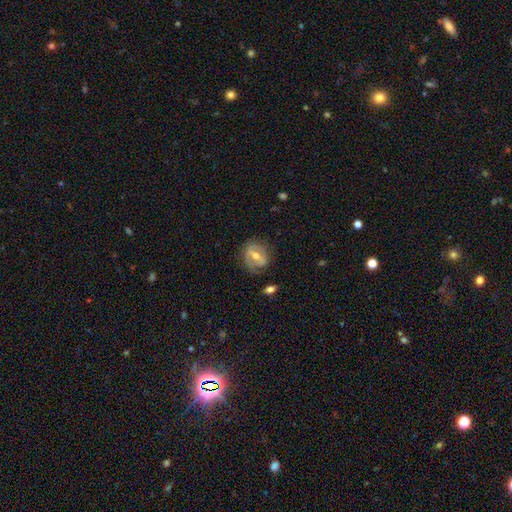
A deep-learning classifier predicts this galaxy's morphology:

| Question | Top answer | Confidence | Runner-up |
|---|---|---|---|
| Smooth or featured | featured or disk | 61% | smooth (32%) |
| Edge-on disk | no | 92% | yes (8%) |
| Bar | strong | 48% | weak (34%) |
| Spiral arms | no | 54% | yes (46%) |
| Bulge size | moderate | 69% | small (22%) |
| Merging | none | 69% | minor disturbance (20%) |